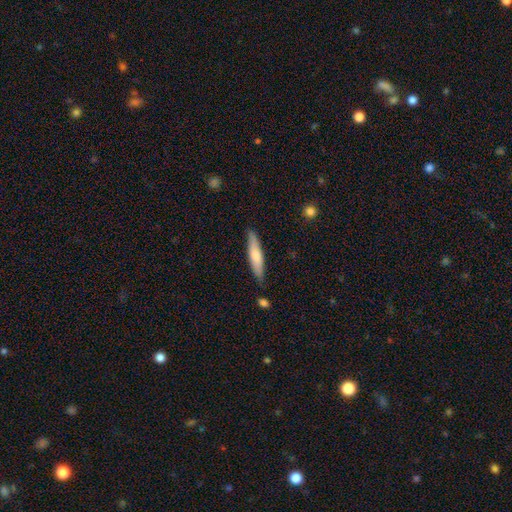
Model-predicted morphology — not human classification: Overall: smooth (64%; featured or disk 31%). How rounded: cigar-shaped (82%). Merging: none (81%).